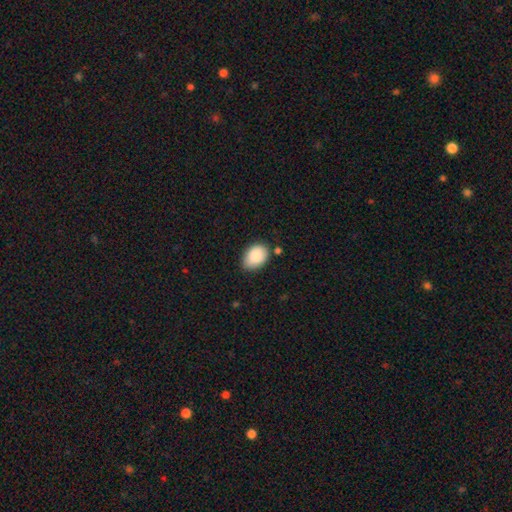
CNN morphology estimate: This appears to be a smooth galaxy with no disk features (88%) that is in between round and cigar-shaped (84%). Merging: none (72%).